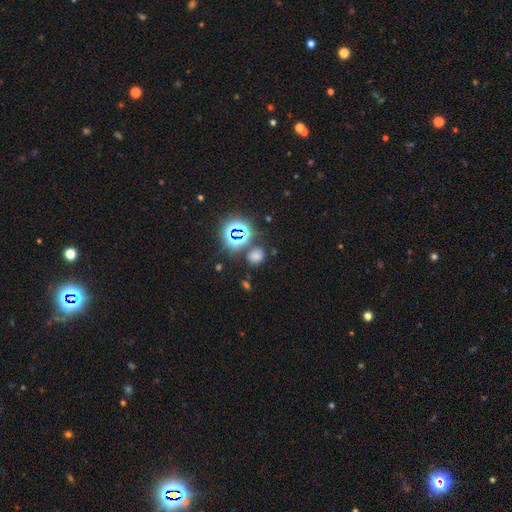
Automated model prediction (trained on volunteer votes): Overall: smooth (59%; star or artifact 35%). How rounded: round (56%; in between 42%). Merging: none (75%).